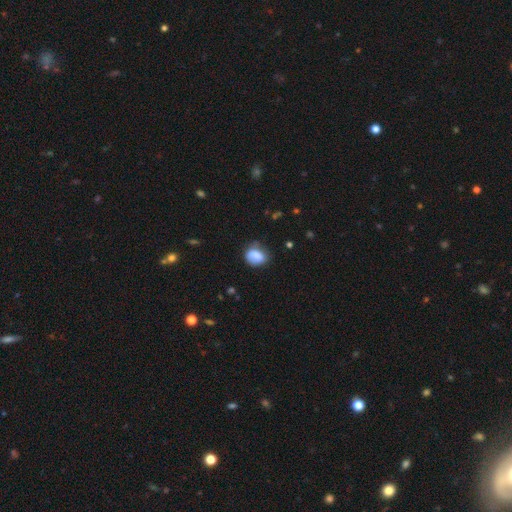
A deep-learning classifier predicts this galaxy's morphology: Q: Smooth or featured?
A: smooth (81%); runner-up: featured or disk (11%)
Q: How rounded?
A: in between (56%); runner-up: round (42%)
Q: Merging?
A: none (57%); runner-up: minor disturbance (30%)